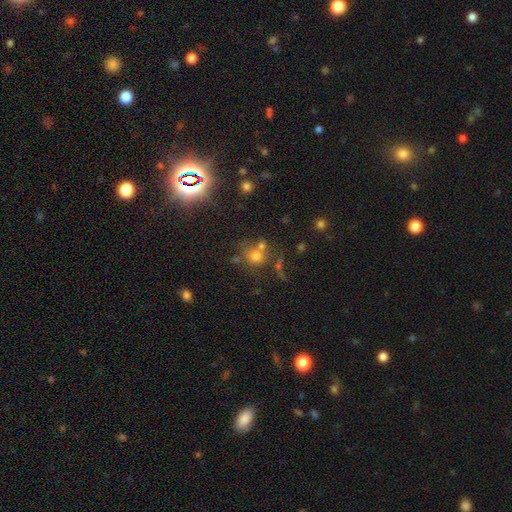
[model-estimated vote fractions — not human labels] Smooth or featured? Predicted: smooth (p=0.67). How rounded? Predicted: round (p=0.82). Merging? Predicted: none (p=0.52).